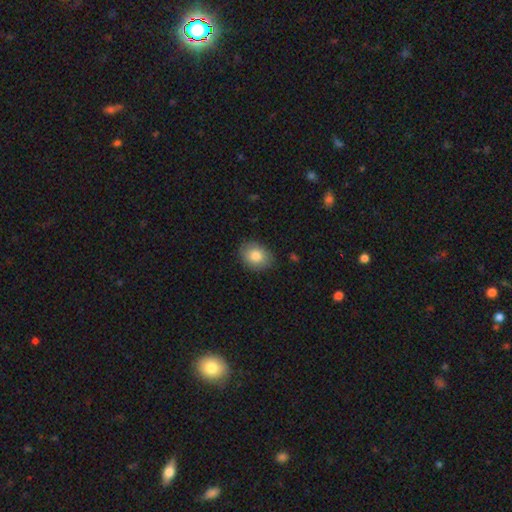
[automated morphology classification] The model was most divided on "how rounded": in between: 64%, round: 35%, cigar-shaped: 1%. More confident: merging — none (84%); smooth or featured — smooth (82%).